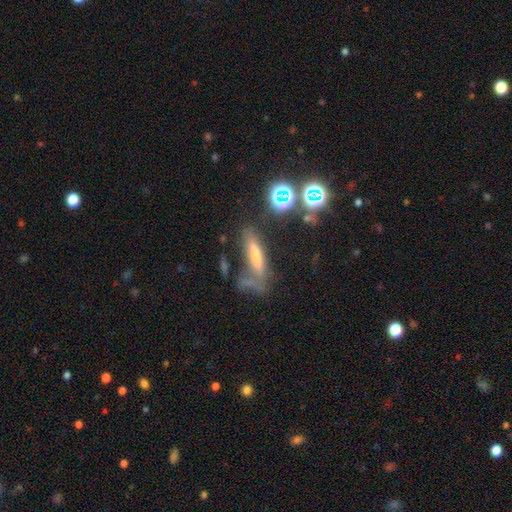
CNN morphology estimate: Smooth or featured? Predicted: featured or disk (p=0.42). Merging? Predicted: none (p=0.46).